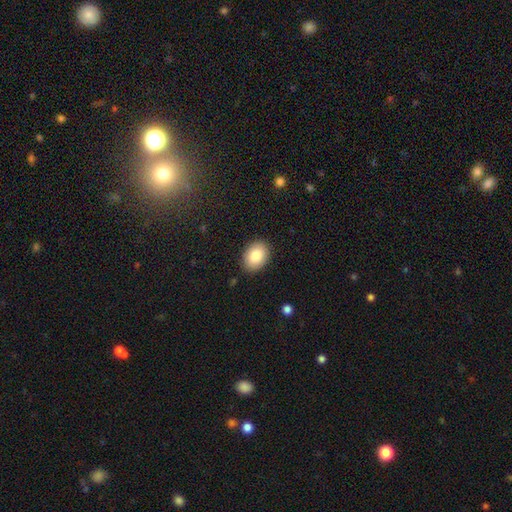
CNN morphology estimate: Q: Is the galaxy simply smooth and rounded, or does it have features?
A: smooth — 85%.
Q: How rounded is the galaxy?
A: in between — 75%.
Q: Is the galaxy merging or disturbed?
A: none — 88%.